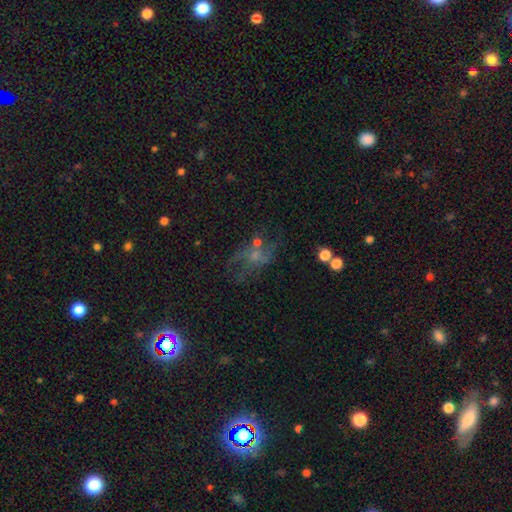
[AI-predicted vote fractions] Smooth or featured: featured or disk — 40% (star or artifact — 35%)
Merging: none — 48% (major disturbance — 24%)